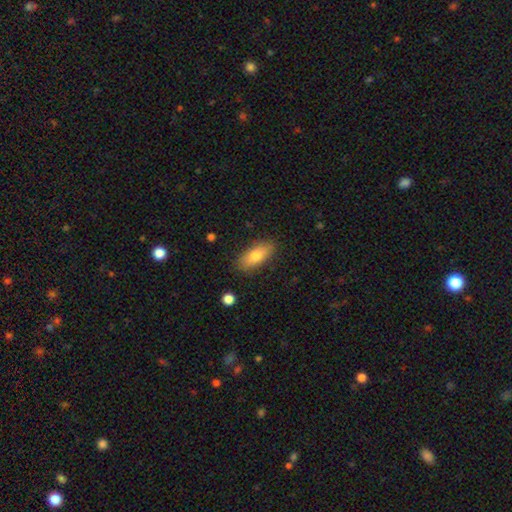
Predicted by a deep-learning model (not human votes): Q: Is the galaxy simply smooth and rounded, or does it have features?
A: smooth — 78%.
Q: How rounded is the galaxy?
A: in between — 82%.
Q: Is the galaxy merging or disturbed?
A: none — 84%.